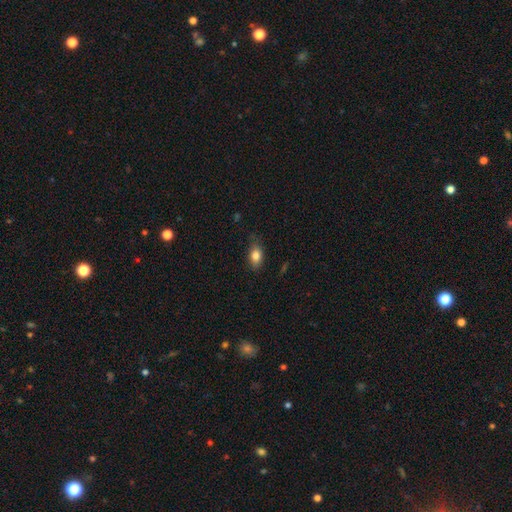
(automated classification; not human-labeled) smooth-or-featured: smooth: 81% | featured or disk: 10% | star or artifact: 9%
  how-rounded: in between: 82% | round: 13% | cigar-shaped: 5%
  merging: none: 73% | minor disturbance: 21% | major disturbance: 4% | merger: 1%